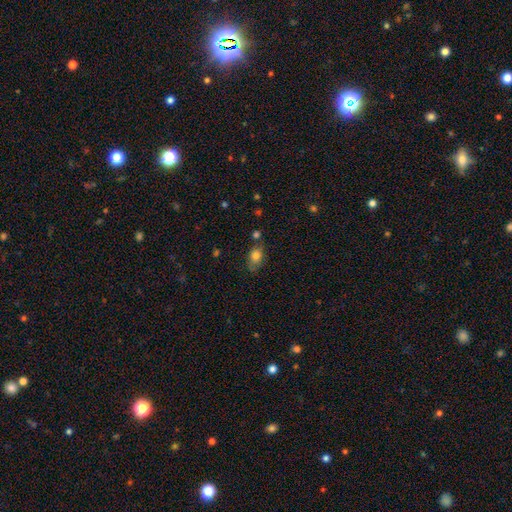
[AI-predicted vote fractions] Smooth or featured? smooth (78%)
How rounded? in between (80%)
Merging? none (57%)